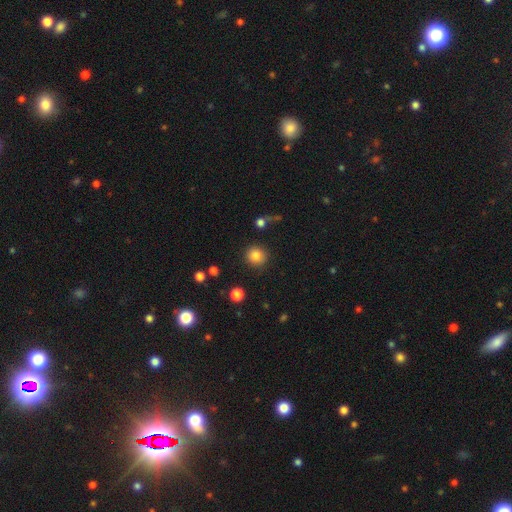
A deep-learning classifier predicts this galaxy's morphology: type=smooth (83%); roundness=round (93%); merging=none (88%).